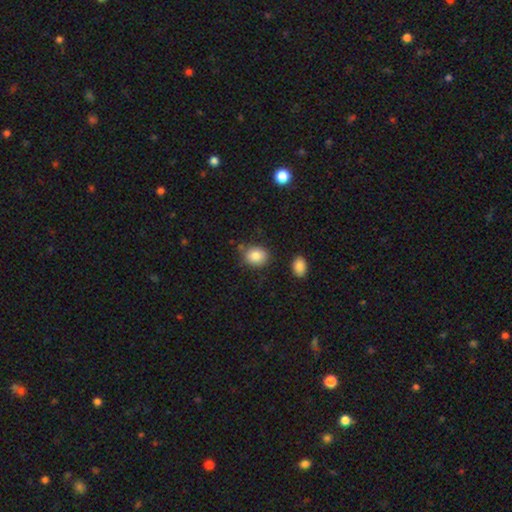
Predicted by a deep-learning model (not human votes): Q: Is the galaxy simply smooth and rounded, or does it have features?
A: smooth — 85%.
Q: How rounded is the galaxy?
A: round — 56%.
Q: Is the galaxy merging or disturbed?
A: none — 78%.